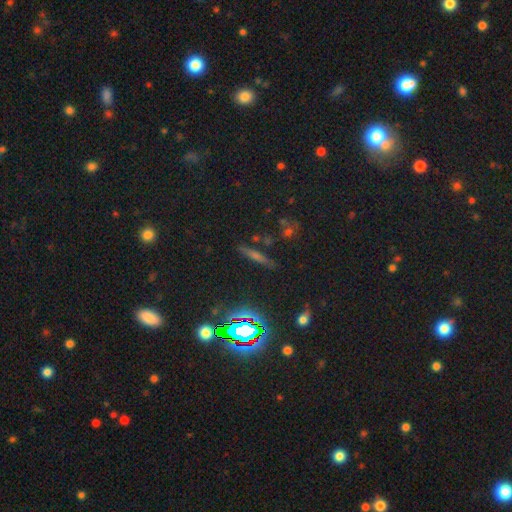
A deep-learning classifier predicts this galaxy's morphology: Smooth or featured: featured or disk — 38% (smooth — 34%)
Merging: none — 85% (minor disturbance — 9%)